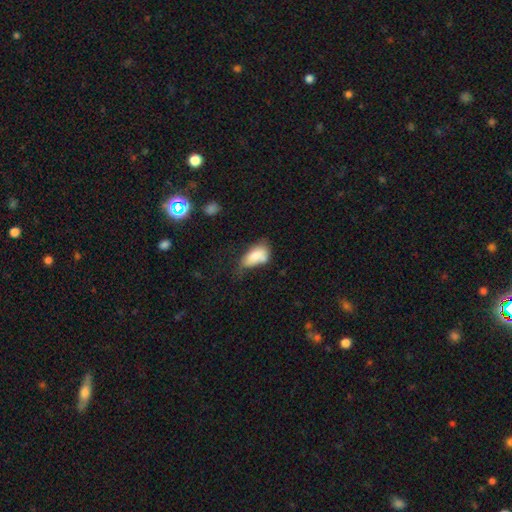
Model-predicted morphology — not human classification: Smooth or featured?
  - smooth: 75% *
  - featured or disk: 17%
  - star or artifact: 8%
How rounded?
  - in between: 91% *
  - round: 6%
  - cigar-shaped: 3%
Merging?
  - minor disturbance: 36% *
  - none: 31%
  - major disturbance: 20%
  - merger: 13%